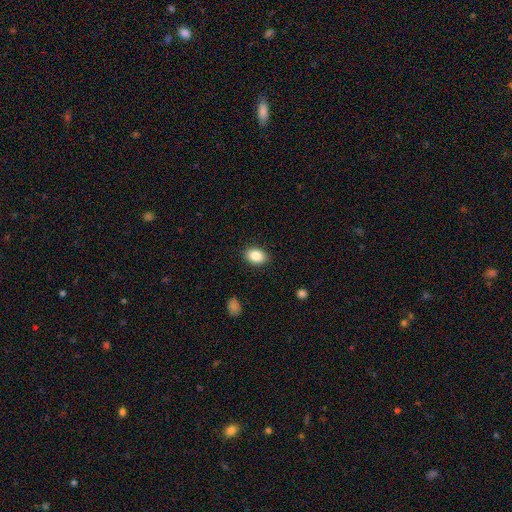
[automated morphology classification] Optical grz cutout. It shows a smooth galaxy with no disk features (86%) that is in between round and cigar-shaped (83%). Merging: none (88%).